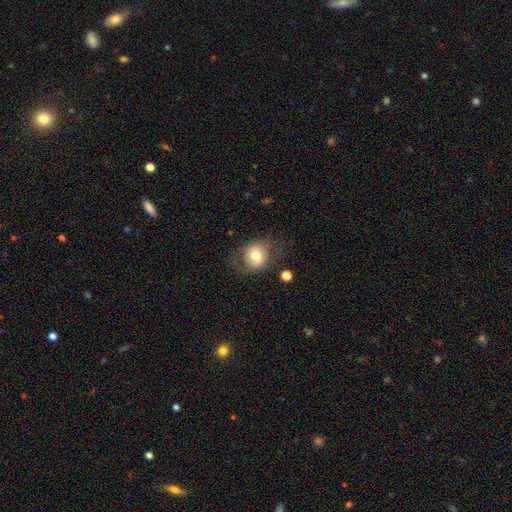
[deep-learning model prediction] Morphology: type=smooth (57%); roundness=round (70%); merging=none (62%).